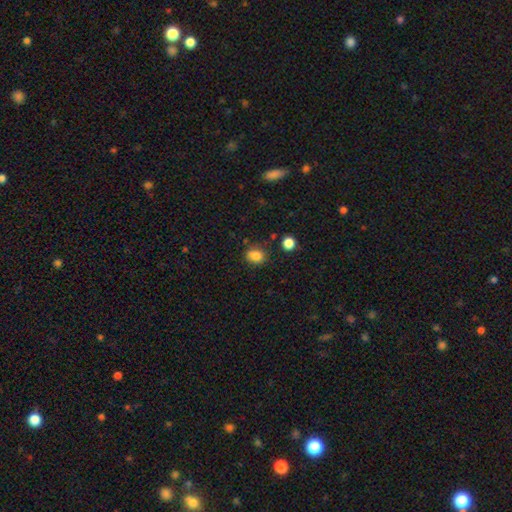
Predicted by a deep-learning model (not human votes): A smooth galaxy with no disk features (84%) that is round (54%). Merging: none (78%).